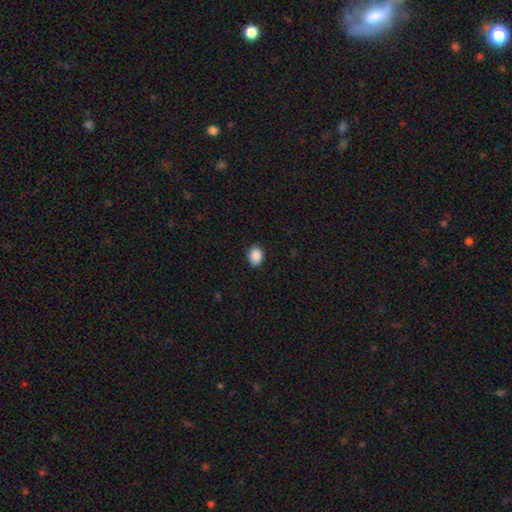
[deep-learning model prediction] Smooth or featured? Predicted: smooth (p=0.89). How rounded? Predicted: in between (p=0.67). Merging? Predicted: none (p=0.87).